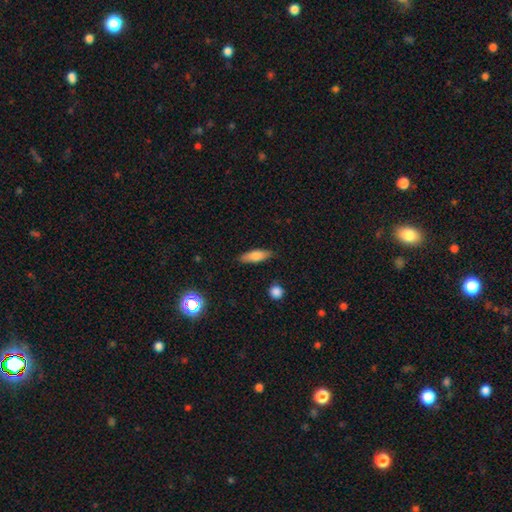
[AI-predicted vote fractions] This is likely a smooth galaxy (77%). How rounded: possibly in between (54%). Merging: clearly none (84%).